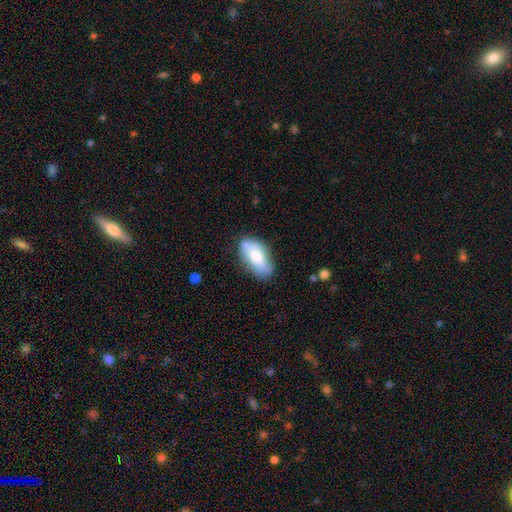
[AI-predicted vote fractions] Morphology: type=smooth (66%); roundness=in between (89%); merging=none (62%).